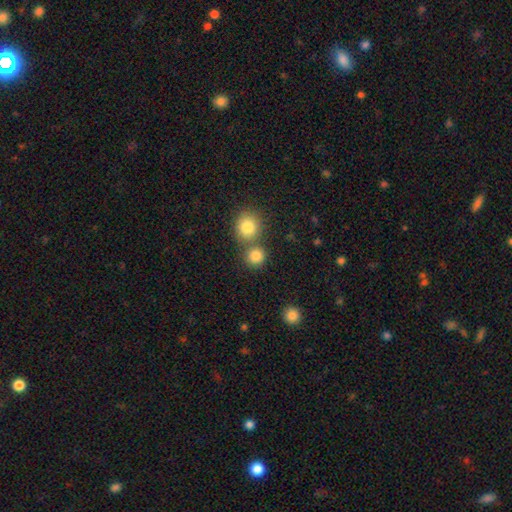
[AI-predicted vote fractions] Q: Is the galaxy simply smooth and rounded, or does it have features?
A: smooth — 84%.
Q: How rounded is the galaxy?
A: round — 87%.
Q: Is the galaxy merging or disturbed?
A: none — 61%.